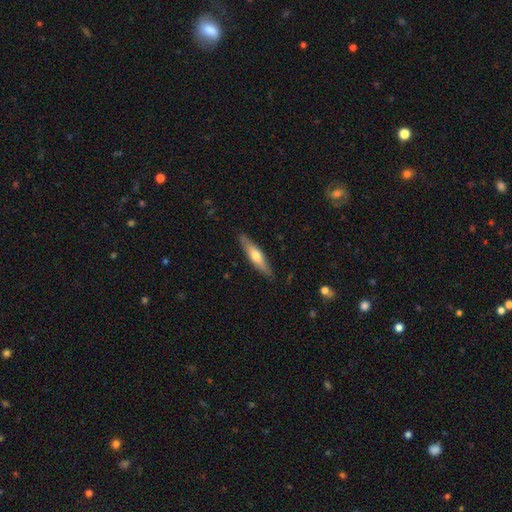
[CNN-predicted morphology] This is possibly a featured or disk galaxy (48%). Merging: clearly none (88%).